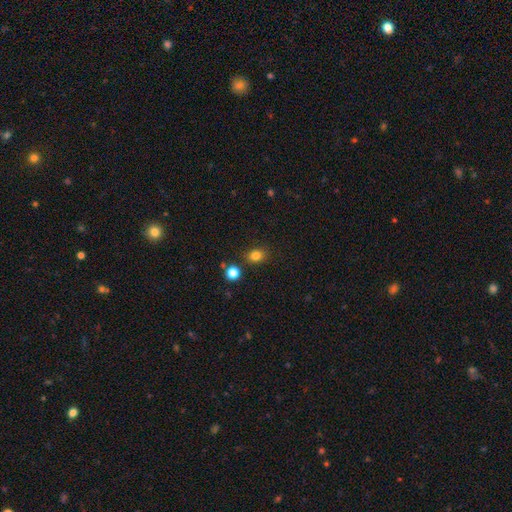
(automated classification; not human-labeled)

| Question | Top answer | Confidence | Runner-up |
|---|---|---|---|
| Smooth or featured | smooth | 82% | star or artifact (13%) |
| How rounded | round | 54% | in between (45%) |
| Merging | none | 82% | minor disturbance (10%) |